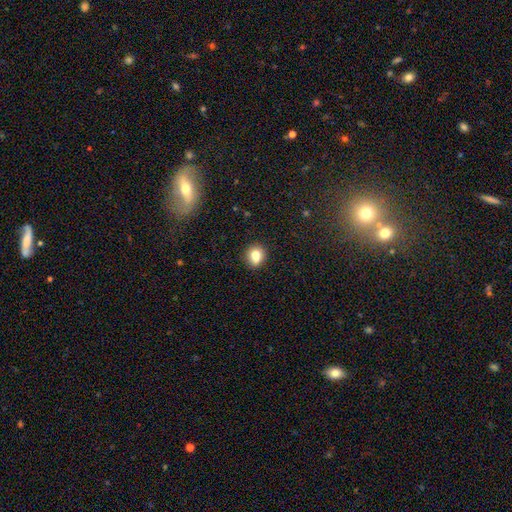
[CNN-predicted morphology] This appears to be a smooth galaxy with no disk features (82%) that is round (64%). Merging: none (75%).